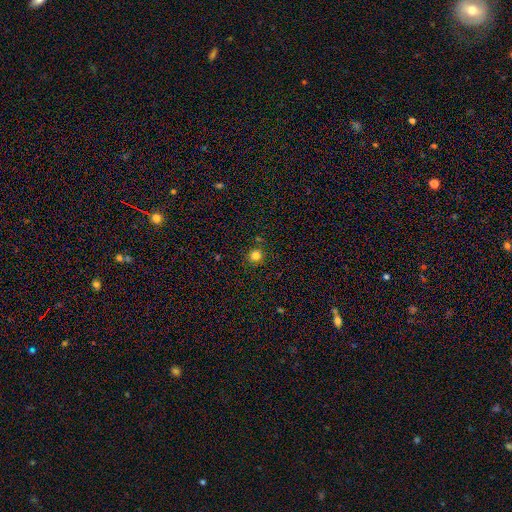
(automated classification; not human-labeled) A smooth galaxy with no disk features (81%) that is round (94%). Merging: none (87%).